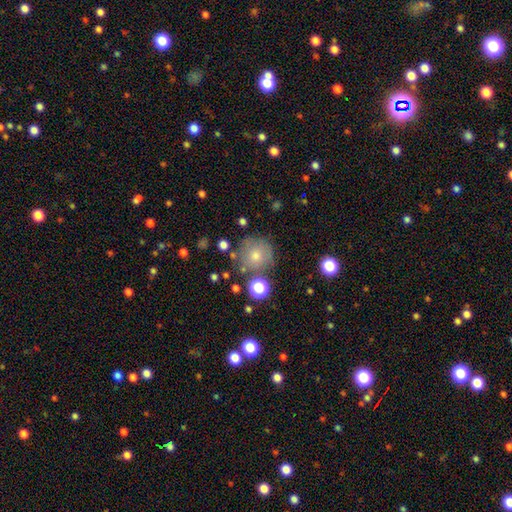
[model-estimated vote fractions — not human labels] Overall: smooth (66%). How rounded: round (92%). Merging: none (75%).